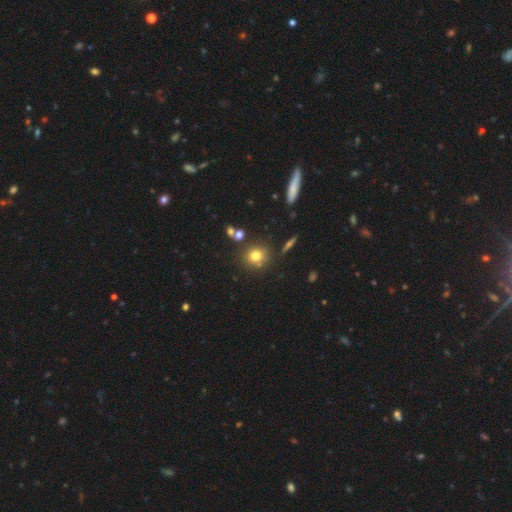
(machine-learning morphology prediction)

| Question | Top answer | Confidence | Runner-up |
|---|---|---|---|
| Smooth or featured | smooth | 73% | star or artifact (16%) |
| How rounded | round | 84% | in between (15%) |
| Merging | none | 77% | minor disturbance (11%) |